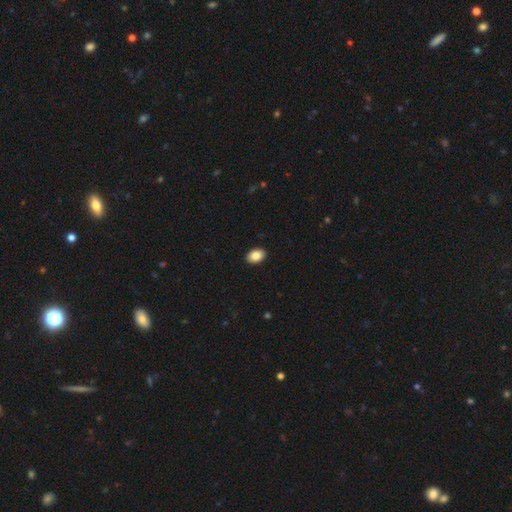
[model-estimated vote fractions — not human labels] smooth_or_featured: smooth (p=0.87) [alt: star or artifact p=0.08]
how_rounded: in between (p=0.81) [alt: round p=0.18]
merging: none (p=0.92) [alt: minor disturbance p=0.06]